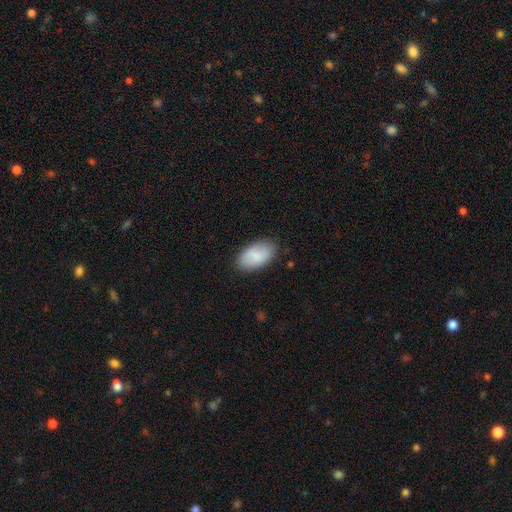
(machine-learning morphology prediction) smooth-or-featured: smooth: 82% | featured or disk: 12% | star or artifact: 6%
  how-rounded: in between: 95% | round: 4% | cigar-shaped: 2%
  merging: none: 83% | minor disturbance: 13% | major disturbance: 3% | merger: 1%